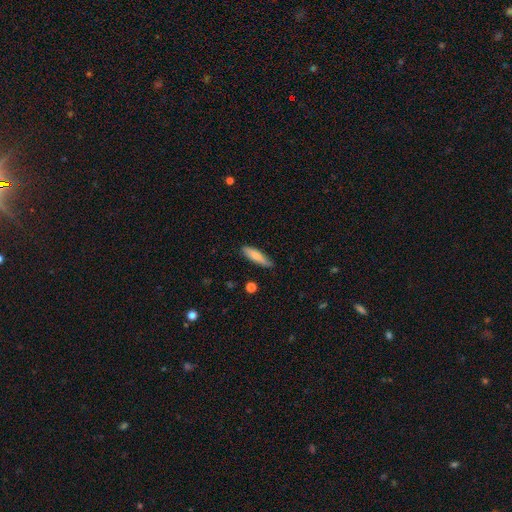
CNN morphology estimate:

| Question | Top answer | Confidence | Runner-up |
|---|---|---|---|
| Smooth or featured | smooth | 77% | featured or disk (17%) |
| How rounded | cigar-shaped | 69% | in between (29%) |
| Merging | none | 79% | minor disturbance (17%) |